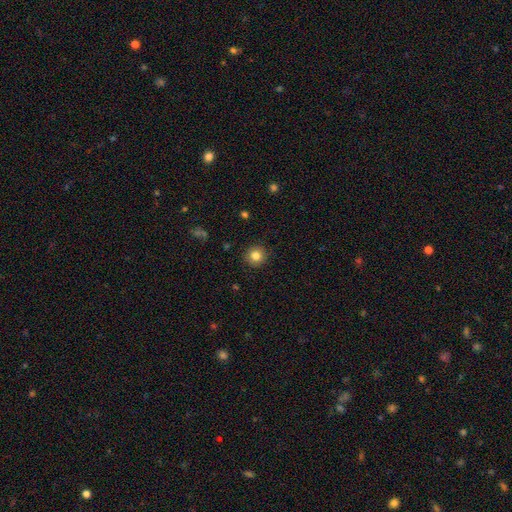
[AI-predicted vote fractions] Smooth or featured: smooth — 83% (star or artifact — 10%)
How rounded: round — 92% (in between — 7%)
Merging: none — 91% (minor disturbance — 6%)